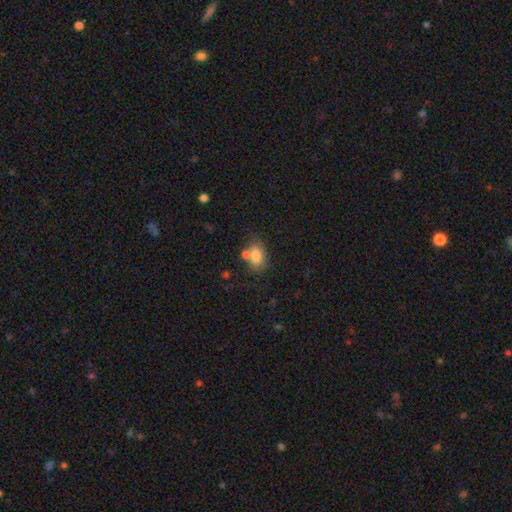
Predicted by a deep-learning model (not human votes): A smooth galaxy with no disk features (78%) that is in between round and cigar-shaped (79%). Merging: none (52%).